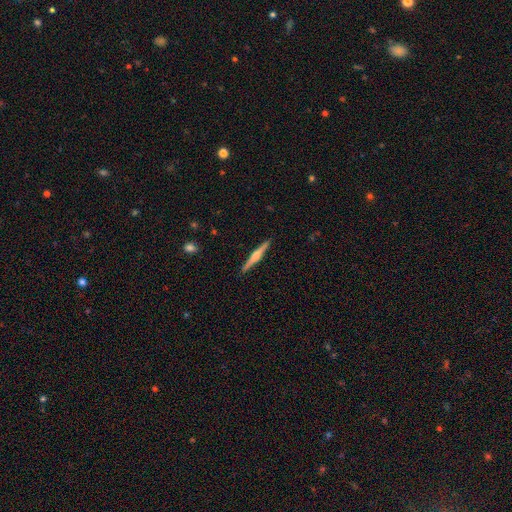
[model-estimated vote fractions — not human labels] smooth-or-featured: featured or disk: 68% | smooth: 27% | star or artifact: 5%
  disk-edge-on: yes: 98% | no: 2%
    edge-on-bulge: rounded: 78% | boxy: 14% | none: 8%
  merging: none: 91% | minor disturbance: 6% | major disturbance: 1% | merger: 1%